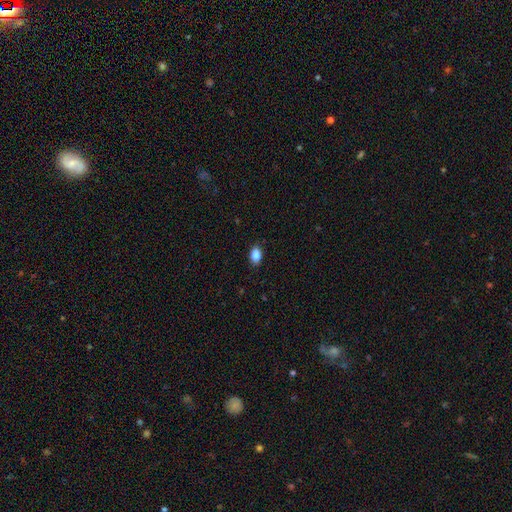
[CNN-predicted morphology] This is clearly a smooth galaxy (87%). How rounded: clearly in between (85%). Merging: clearly none (86%).